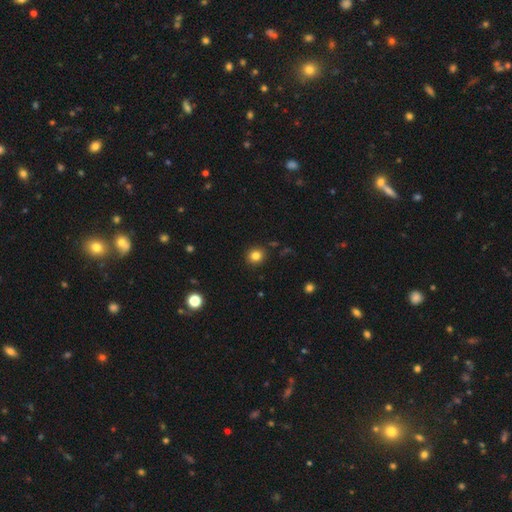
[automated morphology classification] Smooth or featured? Predicted: smooth (p=0.83). How rounded? Predicted: round (p=0.89). Merging? Predicted: none (p=0.91).